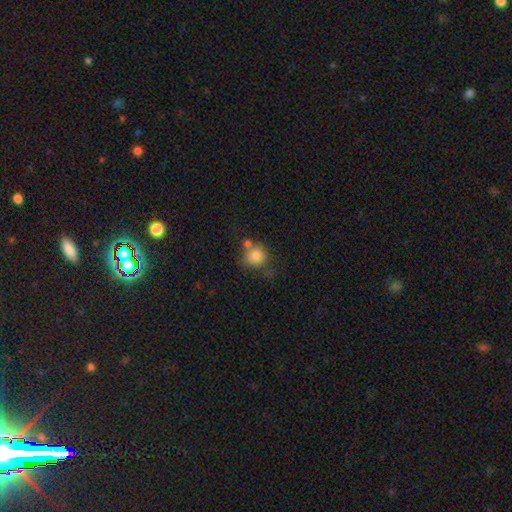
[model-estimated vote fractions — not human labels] Morphology: type=smooth (80%); roundness=round (82%); merging=none (50%).